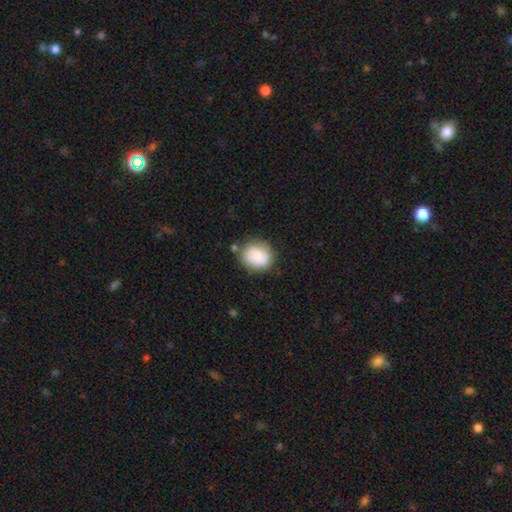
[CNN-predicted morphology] A smooth galaxy with no disk features (68%) that is round (74%).

Vote fractions:
- Smooth or featured? smooth: 68% / featured or disk: 24% / star or artifact: 8%
- How rounded? round: 74% / in between: 26% / cigar-shaped: 1%
- Merging? none: 75% / minor disturbance: 16% / major disturbance: 4% / merger: 4%